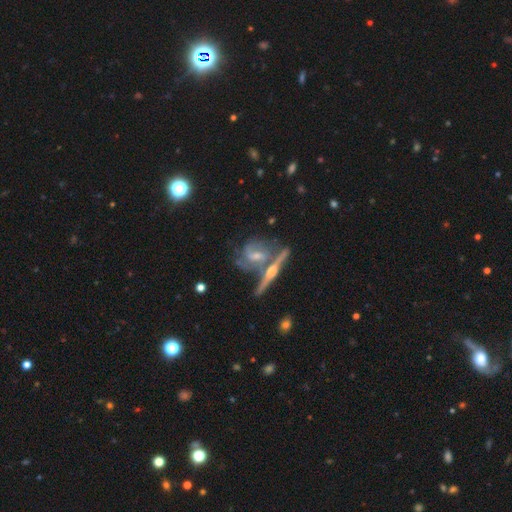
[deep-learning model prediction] Smooth or featured? featured or disk (79%)
Edge-on disk? no (56%)
Merging? none (40%)